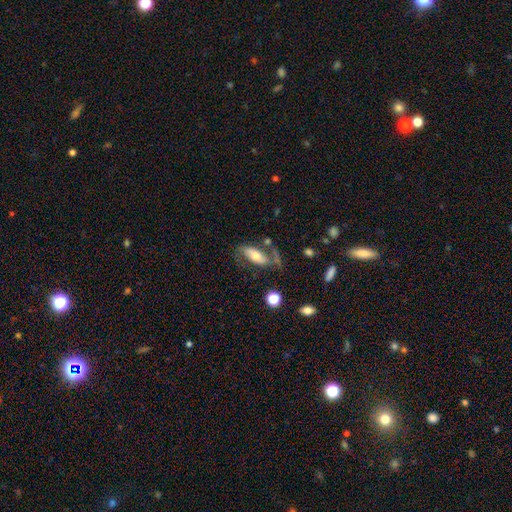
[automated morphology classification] A featured or disk galaxy (55%). Merging: none (48%).